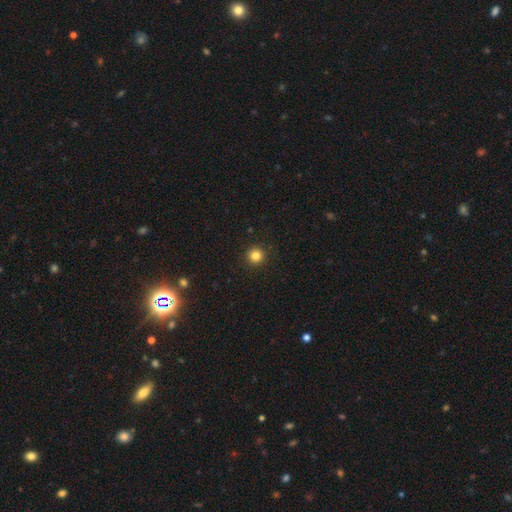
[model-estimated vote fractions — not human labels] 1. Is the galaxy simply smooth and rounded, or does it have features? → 83% smooth, 13% star or artifact, 4% featured or disk.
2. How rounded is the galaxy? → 96% round, 3% in between, 1% cigar-shaped.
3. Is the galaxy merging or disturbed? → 93% none, 4% minor disturbance, 2% major disturbance, 1% merger.